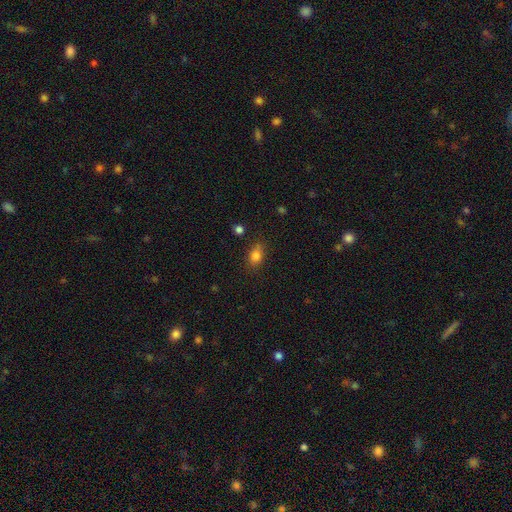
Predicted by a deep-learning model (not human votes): smooth_or_featured: smooth (p=0.81) [alt: star or artifact p=0.12]
how_rounded: in between (p=0.66) [alt: round p=0.31]
merging: none (p=0.70) [alt: minor disturbance p=0.21]